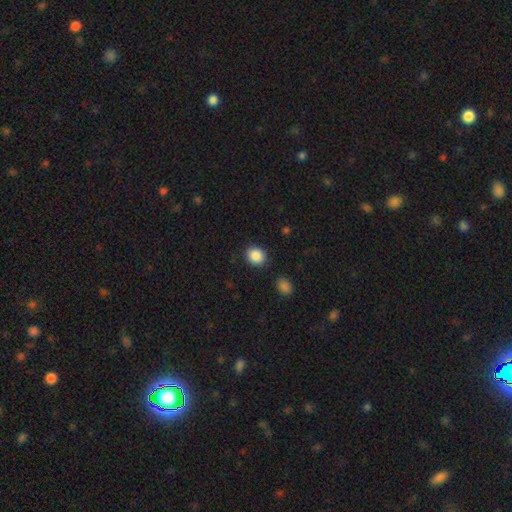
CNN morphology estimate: This is clearly a smooth galaxy (88%). How rounded: likely round (70%). Merging: clearly none (86%).